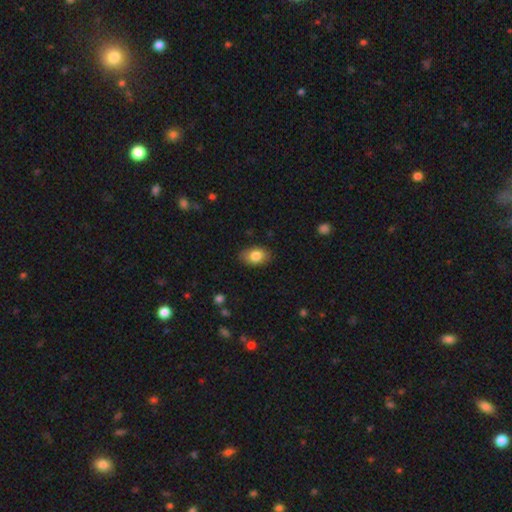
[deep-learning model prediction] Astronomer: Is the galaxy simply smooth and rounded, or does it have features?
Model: smooth — 83%.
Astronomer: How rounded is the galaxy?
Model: in between — 87%.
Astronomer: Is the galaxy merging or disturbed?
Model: none — 85%.